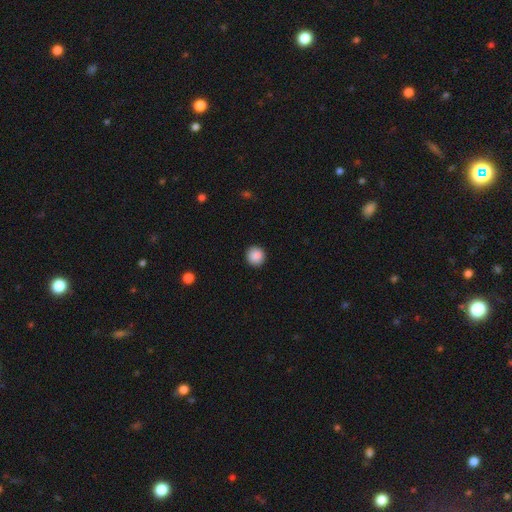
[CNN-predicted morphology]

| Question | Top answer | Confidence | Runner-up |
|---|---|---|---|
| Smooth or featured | smooth | 89% | star or artifact (8%) |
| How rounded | round | 94% | in between (5%) |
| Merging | none | 93% | minor disturbance (5%) |